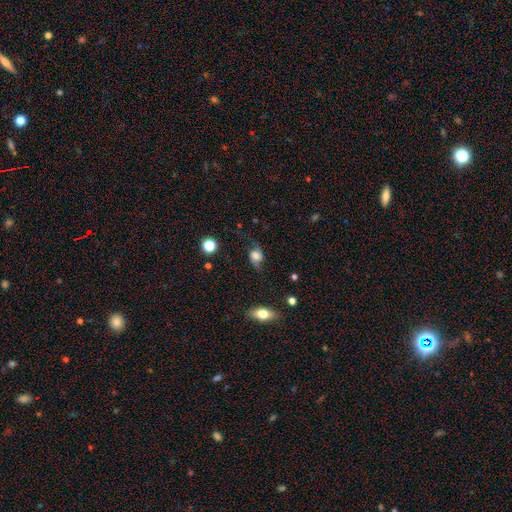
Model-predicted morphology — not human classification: The model was most divided on "smooth or featured": smooth: 48%, featured or disk: 41%, star or artifact: 11%. More confident: merging — none (58%).